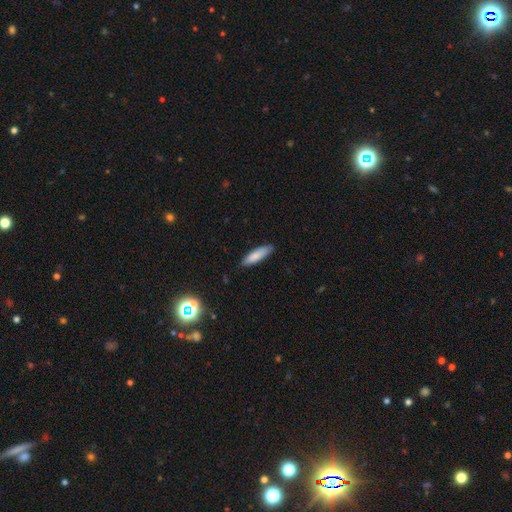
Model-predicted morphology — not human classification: Smooth or featured? Predicted: smooth (p=0.83). How rounded? Predicted: cigar-shaped (p=0.67). Merging? Predicted: none (p=0.84).